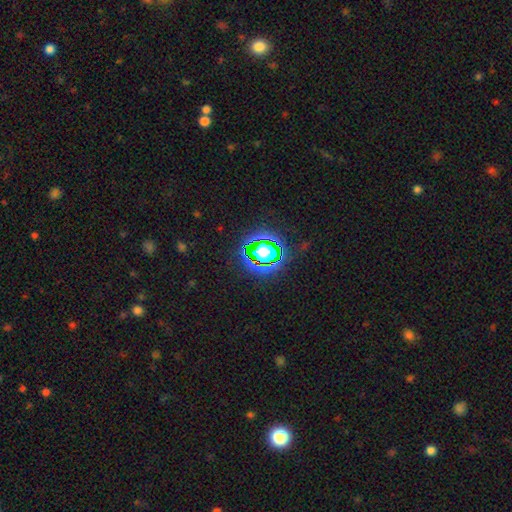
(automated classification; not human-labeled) star or artifact 81%, smooth 12%, featured or disk 7%.